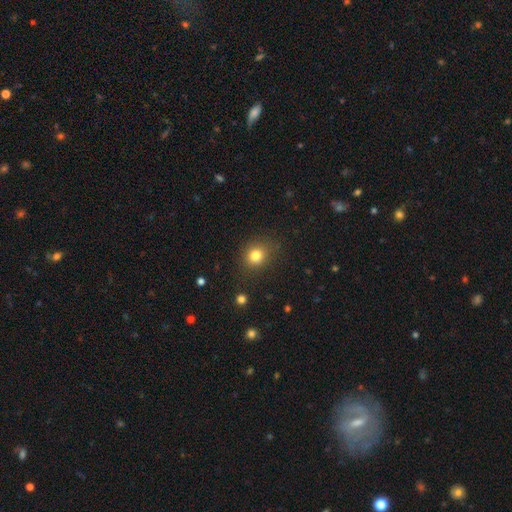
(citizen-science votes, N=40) This appears to be a smooth galaxy with no disk features (88%) that is round (60%). Merging: none (82%).